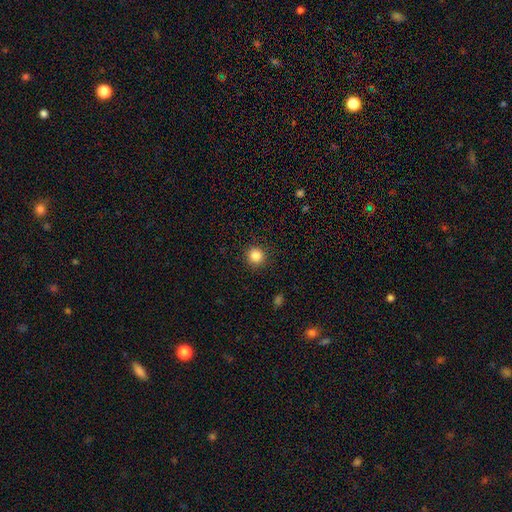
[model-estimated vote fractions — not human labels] Morphology: type=smooth (85%); roundness=round (94%); merging=none (91%).